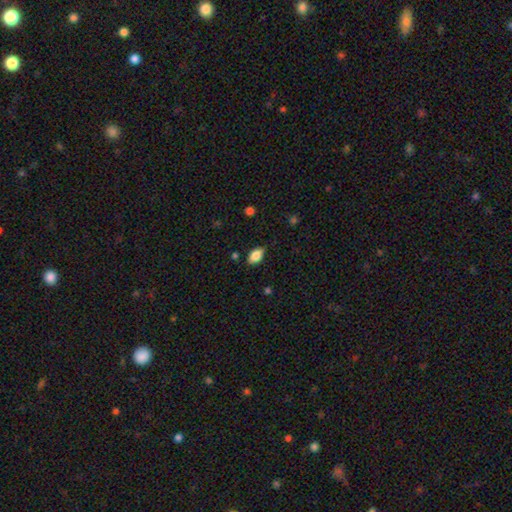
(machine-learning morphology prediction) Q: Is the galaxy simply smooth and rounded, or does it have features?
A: smooth — 84%.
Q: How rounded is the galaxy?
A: in between — 91%.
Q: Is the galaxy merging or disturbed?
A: none — 79%.